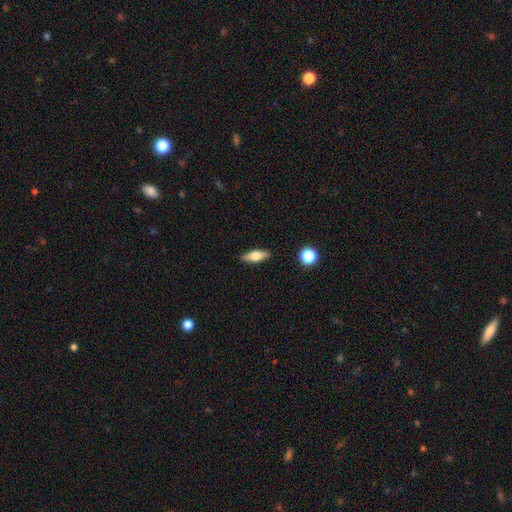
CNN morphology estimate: Smooth or featured: smooth — 62% (featured or disk — 31%)
How rounded: in between — 62% (cigar-shaped — 34%)
Merging: none — 88% (minor disturbance — 8%)